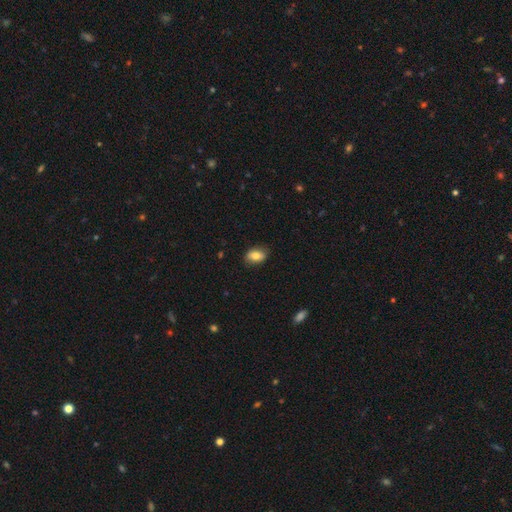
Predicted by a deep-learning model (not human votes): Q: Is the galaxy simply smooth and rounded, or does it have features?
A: smooth — 76%.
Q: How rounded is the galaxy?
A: in between — 85%.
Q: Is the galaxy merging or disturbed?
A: none — 85%.